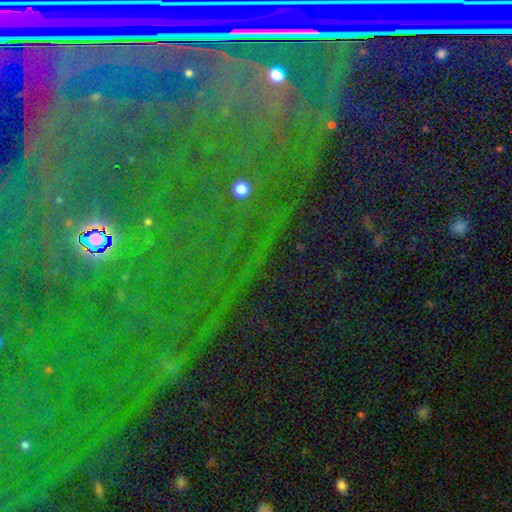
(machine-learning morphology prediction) Smooth or featured? Predicted: star or artifact (p=0.82).